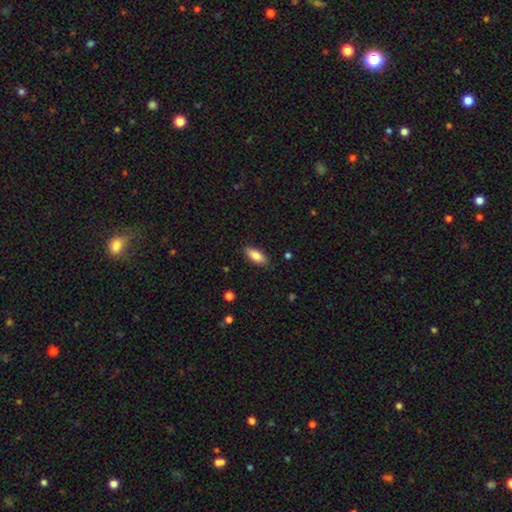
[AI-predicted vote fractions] This is clearly a smooth galaxy (82%). How rounded: clearly in between (81%). Merging: clearly none (86%).